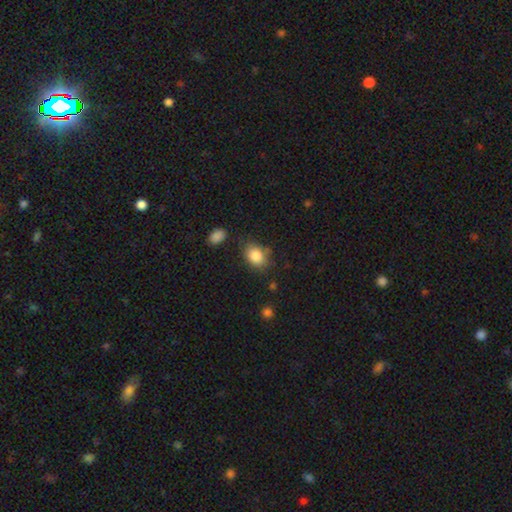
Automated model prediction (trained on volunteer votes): A smooth galaxy with no disk features (85%) that is in between round and cigar-shaped (71%).

Vote fractions:
- Smooth or featured? smooth: 85% / star or artifact: 8% / featured or disk: 7%
- How rounded? in between: 71% / round: 28% / cigar-shaped: 1%
- Merging? none: 73% / minor disturbance: 18% / major disturbance: 5% / merger: 4%